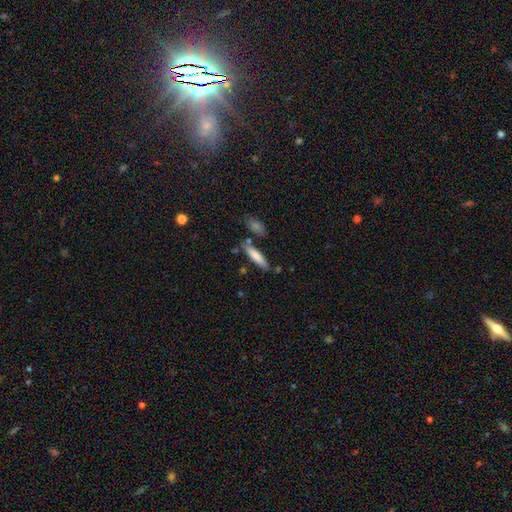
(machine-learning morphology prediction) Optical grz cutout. It shows a smooth galaxy with no disk features (78%) that is cigar-shaped (78%). Merging: none (76%).